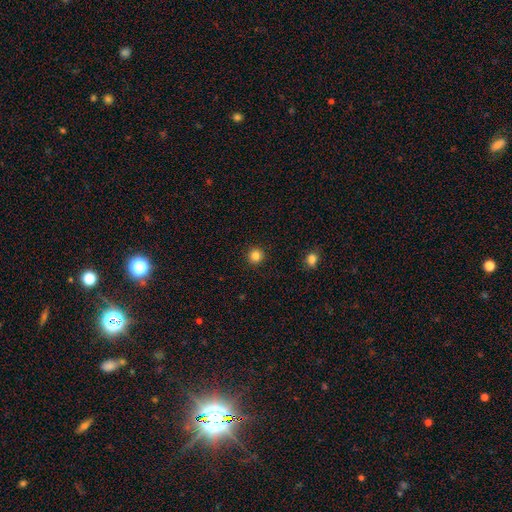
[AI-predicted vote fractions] Smooth or featured? Predicted: smooth (p=0.84). How rounded? Predicted: round (p=0.95). Merging? Predicted: none (p=0.93).